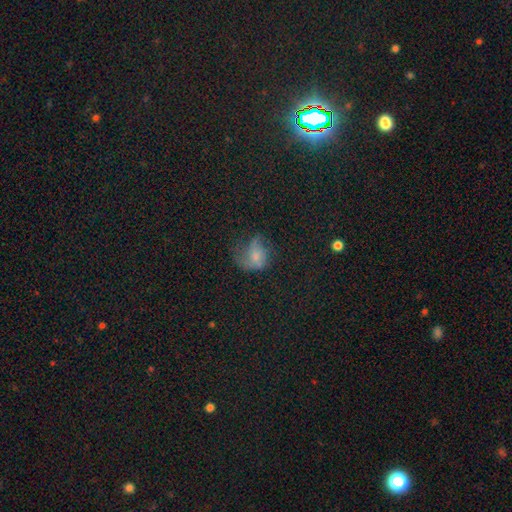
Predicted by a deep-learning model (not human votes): This appears to be a smooth galaxy with no disk features (49%). Merging: major disturbance (39%).